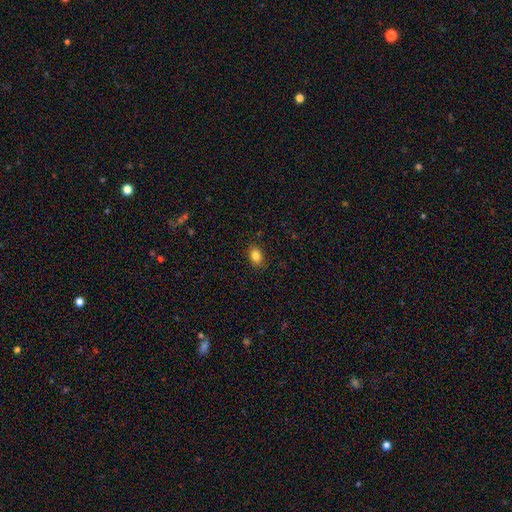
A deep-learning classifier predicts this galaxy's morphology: smooth 84%, star or artifact 10%, featured or disk 6%. Down the decision tree: how rounded — in between (75%); merging — none (86%).